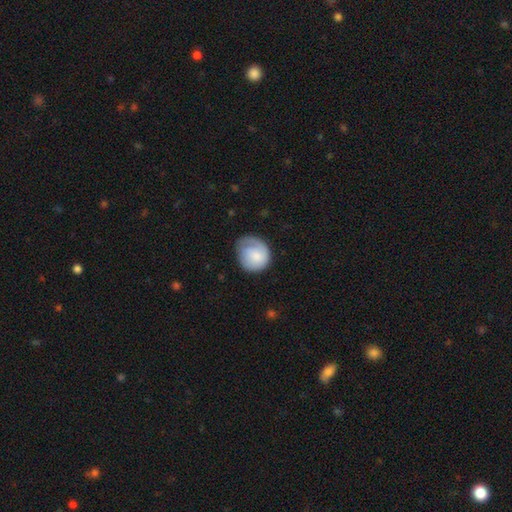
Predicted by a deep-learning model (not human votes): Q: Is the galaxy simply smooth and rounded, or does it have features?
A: smooth — 65%.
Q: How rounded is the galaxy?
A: round — 66%.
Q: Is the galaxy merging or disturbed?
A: none — 51%.